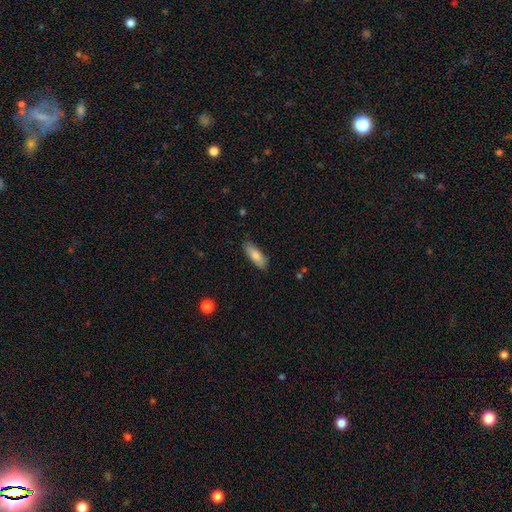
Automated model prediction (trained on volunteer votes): smooth 78%, featured or disk 16%, star or artifact 6%. Down the decision tree: how rounded — in between (61%); merging — none (85%).